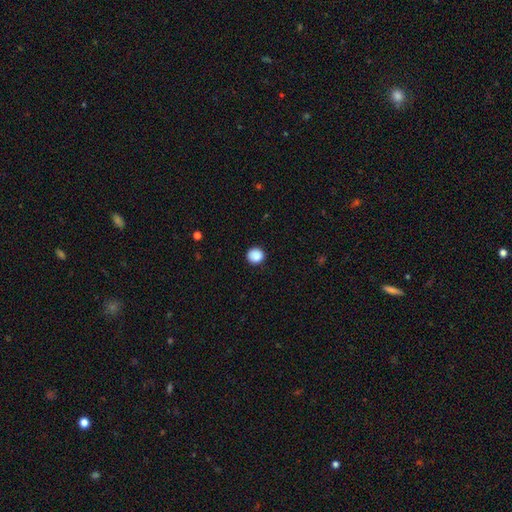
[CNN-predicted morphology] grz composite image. It shows a smooth galaxy with no disk features (88%) that is round (92%). Merging: none (91%).